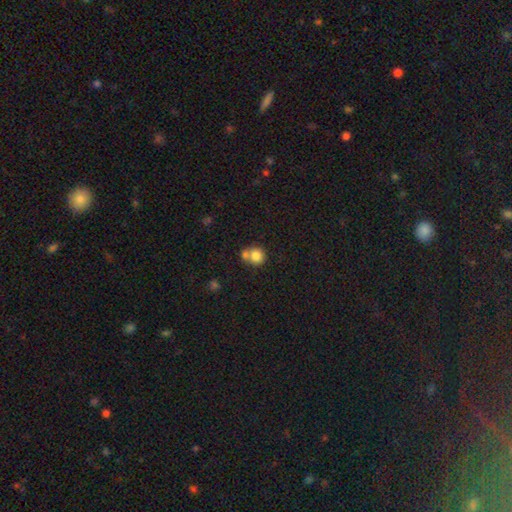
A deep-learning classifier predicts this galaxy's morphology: Q: Smooth or featured?
A: smooth (80%); runner-up: featured or disk (10%)
Q: How rounded?
A: round (87%); runner-up: in between (12%)
Q: Merging?
A: none (46%); runner-up: merger (41%)